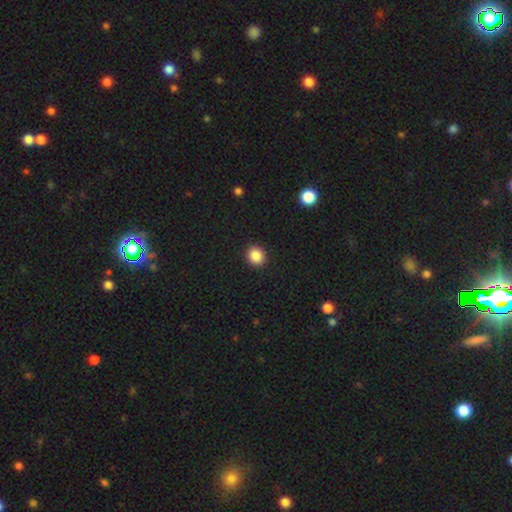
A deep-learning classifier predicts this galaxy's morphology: This is clearly a smooth galaxy (87%). How rounded: clearly round (82%). Merging: clearly none (92%).